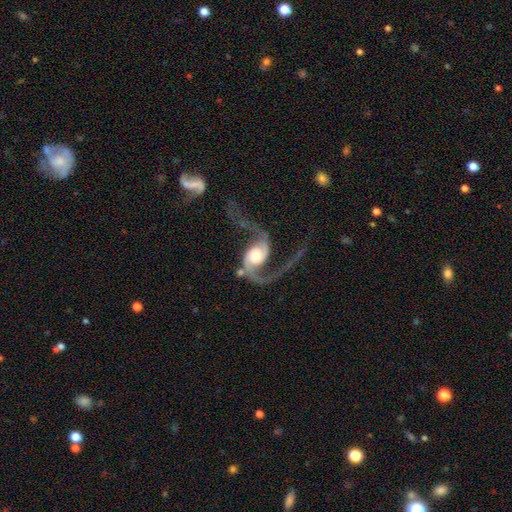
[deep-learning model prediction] smooth-or-featured: featured or disk: 91% | smooth: 5% | star or artifact: 4%
  disk-edge-on: no: 97% | yes: 3%
    bar: no: 59% | weak: 29% | strong: 12%
    has-spiral-arms: yes: 97% | no: 3%
      spiral-winding: loose: 73% | medium: 23% | tight: 5%
      spiral-arm-count: 2: 92% | 1: 3% | can't tell: 1% | 3: 1% | 4: 1% | more than 4: 1%
    bulge-size: moderate: 42% | large: 37% | small: 10% | dominant: 7% | none: 3%
  merging: none: 52% | major disturbance: 26% | minor disturbance: 15% | merger: 7%